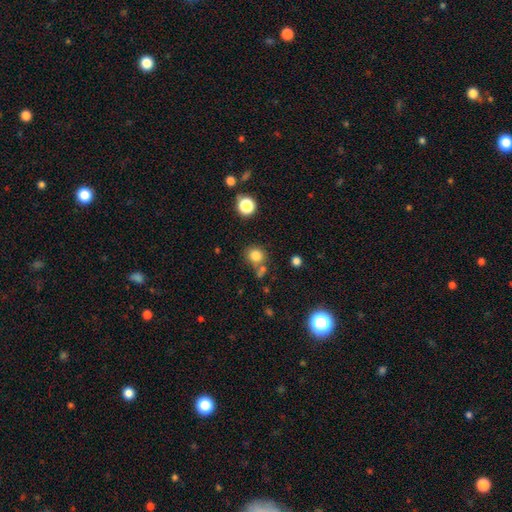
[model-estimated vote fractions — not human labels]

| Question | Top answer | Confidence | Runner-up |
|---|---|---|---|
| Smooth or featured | smooth | 80% | star or artifact (13%) |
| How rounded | round | 82% | in between (17%) |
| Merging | none | 64% | merger (18%) |